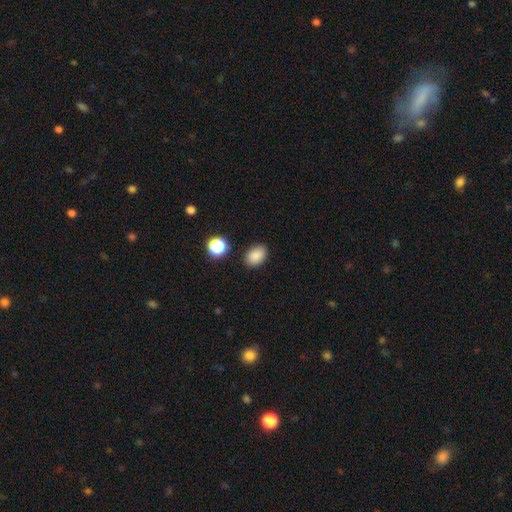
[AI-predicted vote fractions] This appears to be a smooth galaxy with no disk features (85%) that is in between round and cigar-shaped (78%). Merging: none (85%).